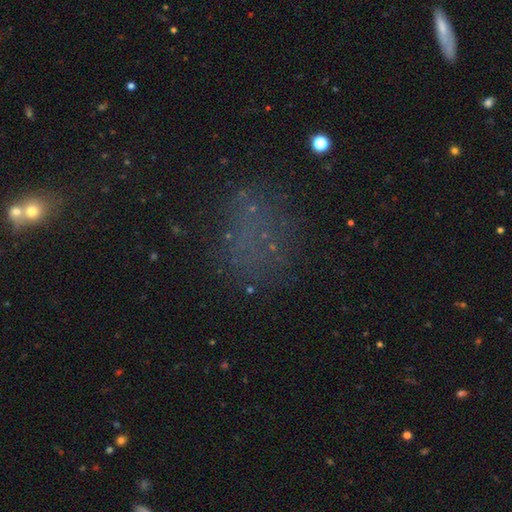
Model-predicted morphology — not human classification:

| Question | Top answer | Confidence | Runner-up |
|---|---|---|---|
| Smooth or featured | star or artifact | 42% | smooth (39%) |